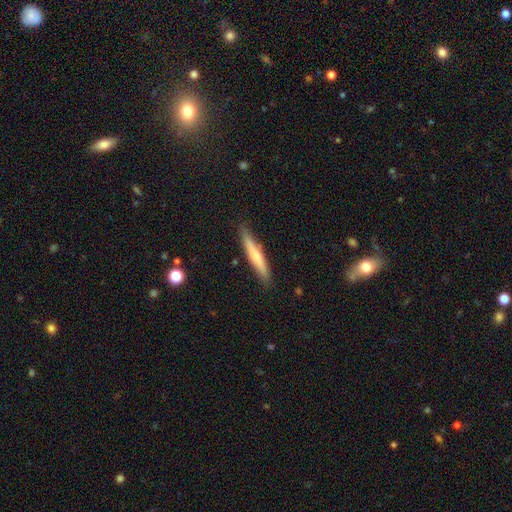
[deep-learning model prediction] This is likely a smooth galaxy (60%). How rounded: clearly cigar-shaped (93%). Merging: clearly none (85%).